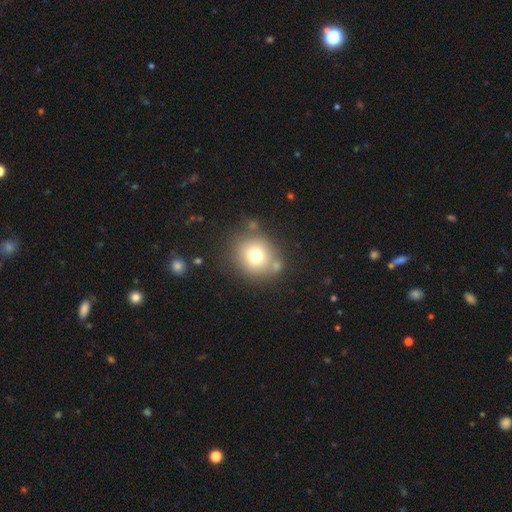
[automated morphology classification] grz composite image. It shows a smooth galaxy with no disk features (72%) that is round (80%). Merging: none (74%).